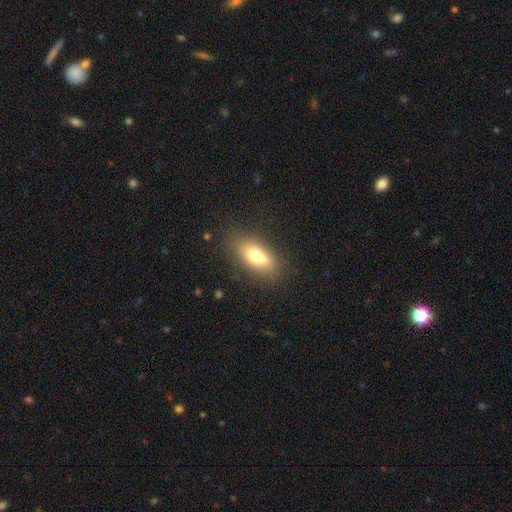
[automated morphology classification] Smooth or featured?
  - smooth: 67% *
  - featured or disk: 23%
  - star or artifact: 10%
How rounded?
  - in between: 83% *
  - cigar-shaped: 11%
  - round: 6%
Merging?
  - none: 59% *
  - merger: 20%
  - minor disturbance: 15%
  - major disturbance: 5%